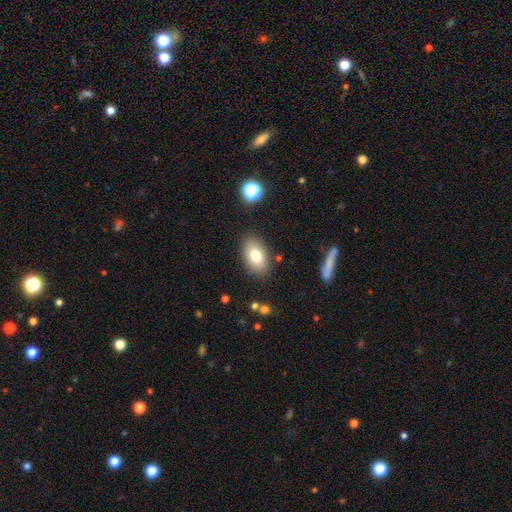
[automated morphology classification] This is likely a smooth galaxy (78%). How rounded: clearly in between (89%). Merging: clearly none (84%).